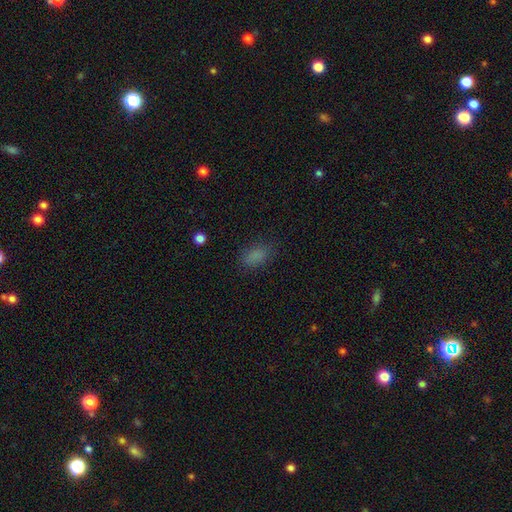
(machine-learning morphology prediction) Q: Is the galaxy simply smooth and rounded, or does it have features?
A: smooth — 82%.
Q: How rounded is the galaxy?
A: in between — 88%.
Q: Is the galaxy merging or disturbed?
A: none — 79%.